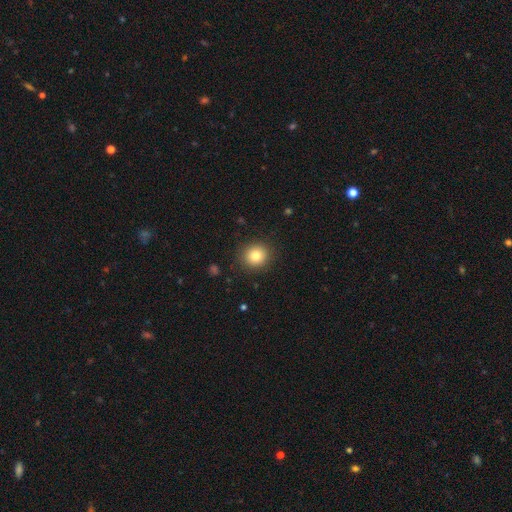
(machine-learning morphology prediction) Overall: smooth (81%). How rounded: round (88%). Merging: none (90%).